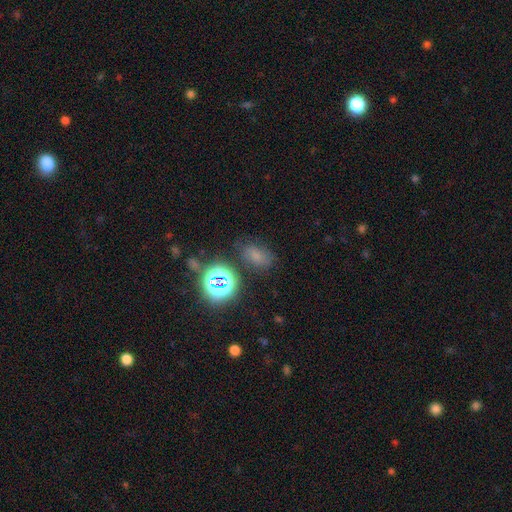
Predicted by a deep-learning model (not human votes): A smooth galaxy with no disk features (58%) that is in between round and cigar-shaped (78%).

Vote fractions:
- Smooth or featured? smooth: 58% / star or artifact: 30% / featured or disk: 12%
- How rounded? in between: 78% / round: 20% / cigar-shaped: 2%
- Merging? none: 68% / minor disturbance: 19% / major disturbance: 8% / merger: 5%